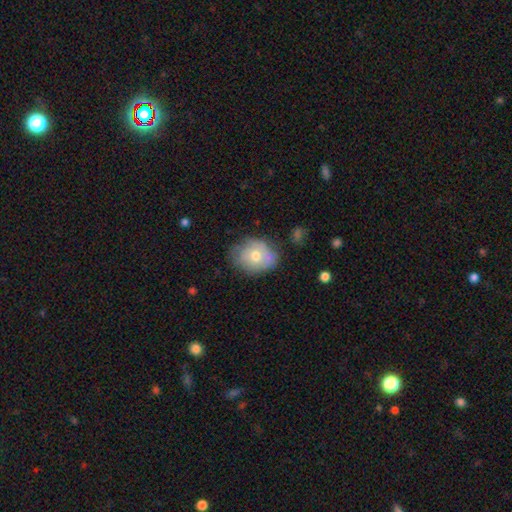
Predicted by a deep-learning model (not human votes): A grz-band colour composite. It shows a smooth galaxy with no disk features (63%) that is in between round and cigar-shaped (55%). Merging: none (58%).